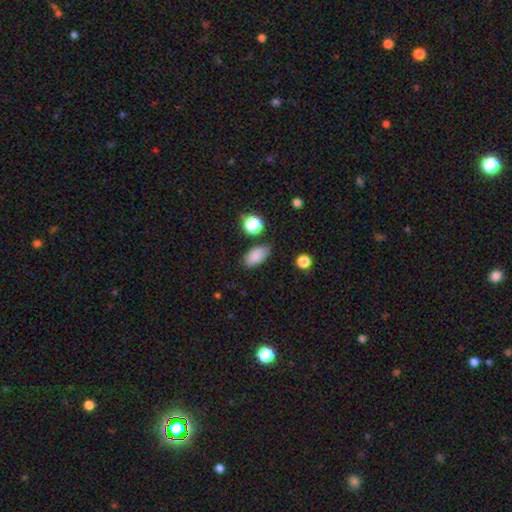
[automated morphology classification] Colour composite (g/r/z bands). It shows a smooth galaxy with no disk features (85%) that is in between round and cigar-shaped (90%). Merging: none (79%).